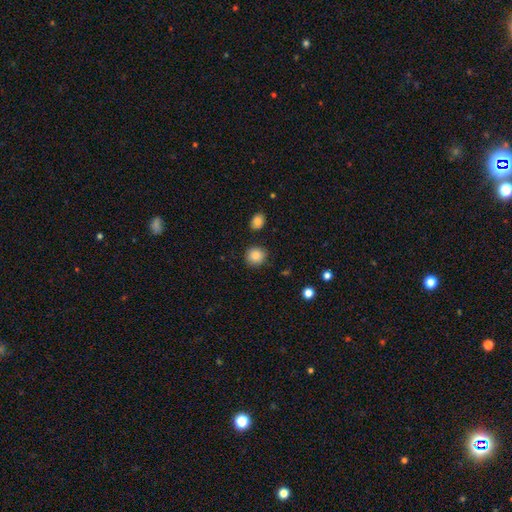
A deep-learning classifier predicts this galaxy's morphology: Smooth or featured? smooth (87%)
How rounded? round (89%)
Merging? none (87%)